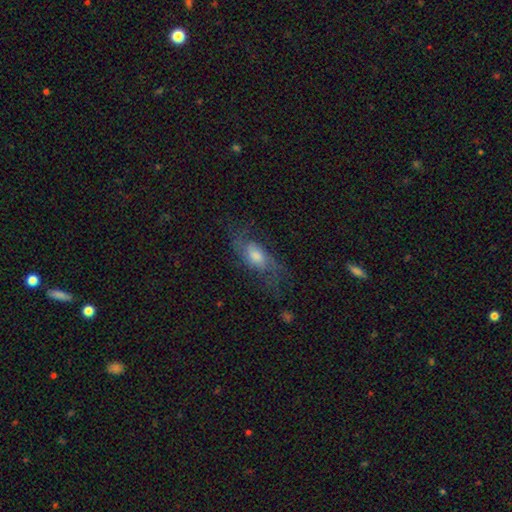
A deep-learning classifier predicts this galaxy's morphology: A featured or disk galaxy (58%). Merging: none (58%).